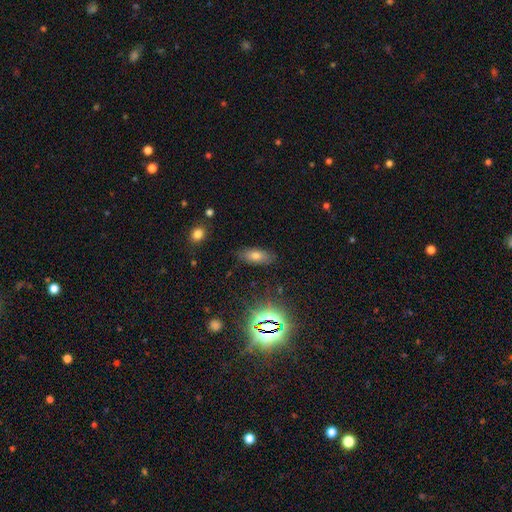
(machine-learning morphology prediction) This is likely a smooth galaxy (63%). How rounded: clearly in between (80%). Merging: clearly none (84%).